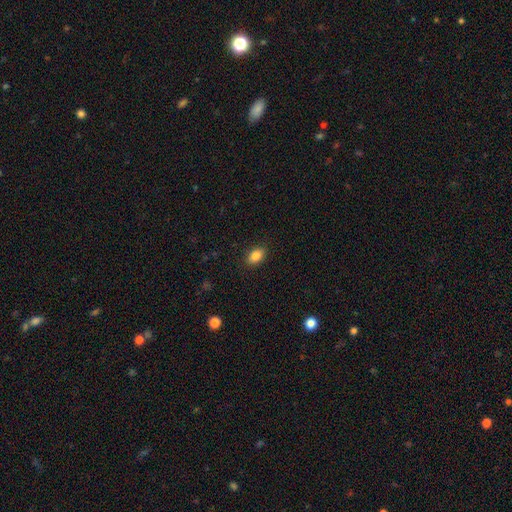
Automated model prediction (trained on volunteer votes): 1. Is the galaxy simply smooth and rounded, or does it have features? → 87% smooth, 8% star or artifact, 5% featured or disk.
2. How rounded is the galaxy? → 88% in between, 11% round, 2% cigar-shaped.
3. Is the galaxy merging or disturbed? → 89% none, 8% minor disturbance, 2% major disturbance, 1% merger.